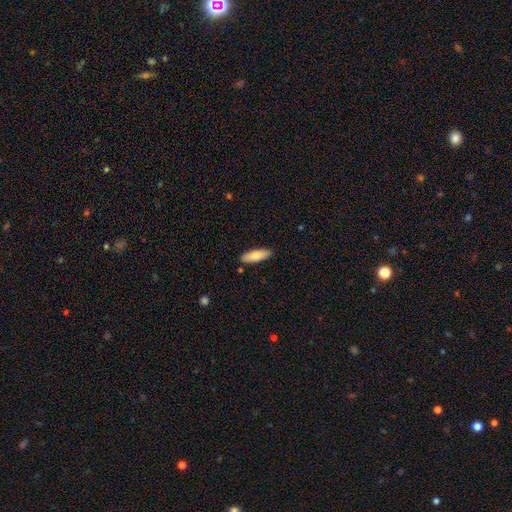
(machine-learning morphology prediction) This appears to be a smooth galaxy with no disk features (79%) that is in between round and cigar-shaped (53%). Merging: none (88%).